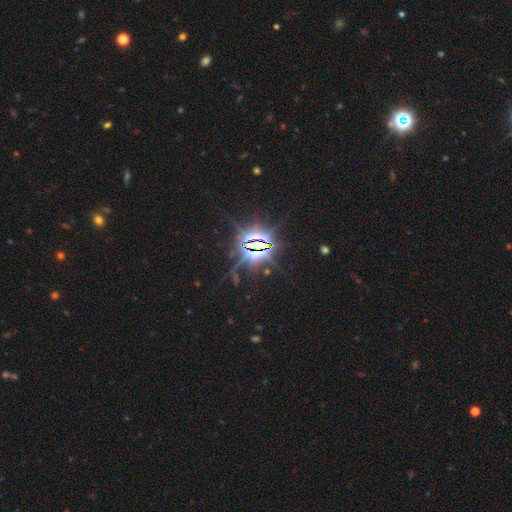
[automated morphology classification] type=star or artifact (84%).